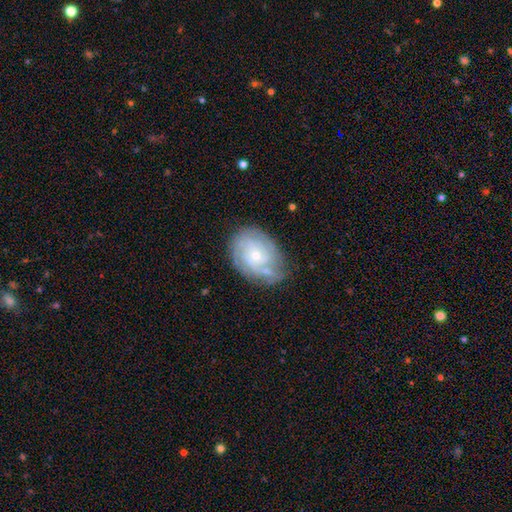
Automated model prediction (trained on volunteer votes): This is likely a featured or disk galaxy (78%). It is clearly not viewed edge-on (97%). Bar: likely no (74%). Spiral arm pattern: clearly yes (93%). Spiral arm count: marginally can't tell (34%). Spiral winding: likely tight (69%). Central bulge: likely small (68%). Merging: likely none (72%).